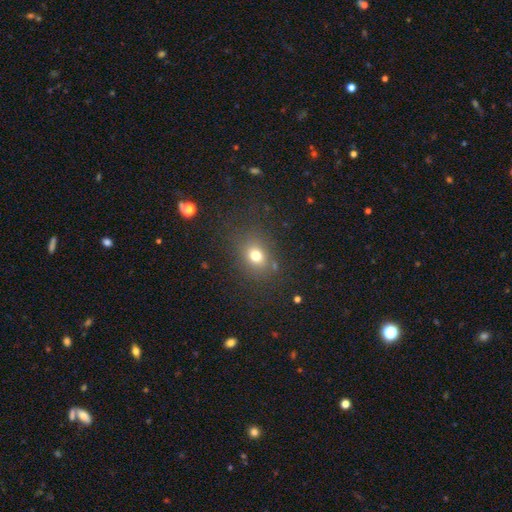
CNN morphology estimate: Smooth or featured: smooth — 74% (star or artifact — 16%)
How rounded: in between — 50% (round — 49%)
Merging: none — 77% (minor disturbance — 13%)